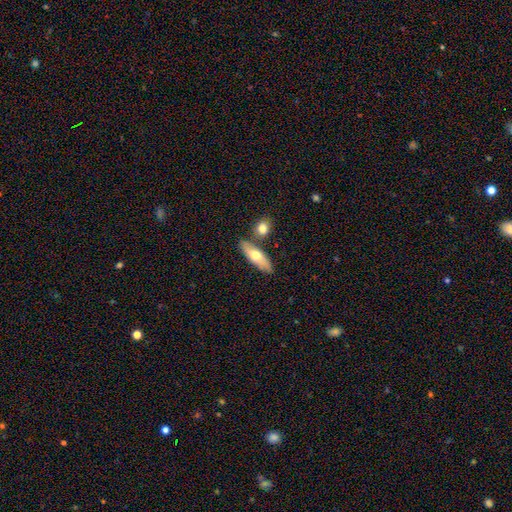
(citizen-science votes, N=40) A smooth galaxy with no disk features (60%) that is in between round and cigar-shaped (54%). Merging: none (57%).